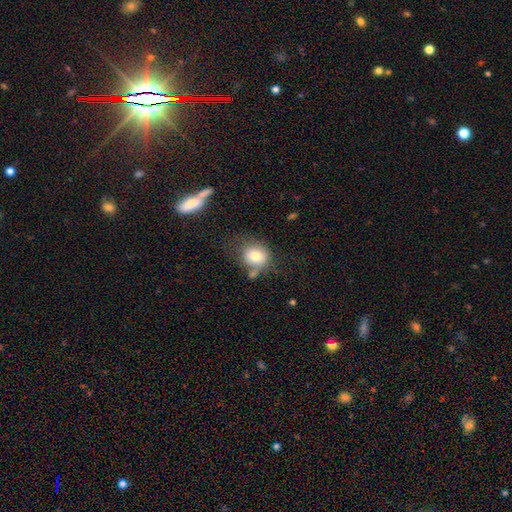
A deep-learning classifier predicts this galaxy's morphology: Smooth or featured?
  - smooth: 75% *
  - featured or disk: 14%
  - star or artifact: 10%
How rounded?
  - round: 73% *
  - in between: 26%
  - cigar-shaped: 1%
Merging?
  - none: 55% *
  - minor disturbance: 20%
  - merger: 15%
  - major disturbance: 9%